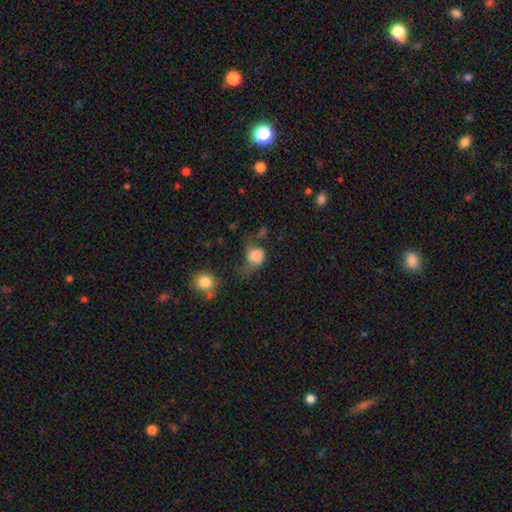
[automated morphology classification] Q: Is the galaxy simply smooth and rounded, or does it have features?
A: smooth — 70%.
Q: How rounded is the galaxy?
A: round — 60%.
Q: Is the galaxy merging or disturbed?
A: major disturbance — 42%.